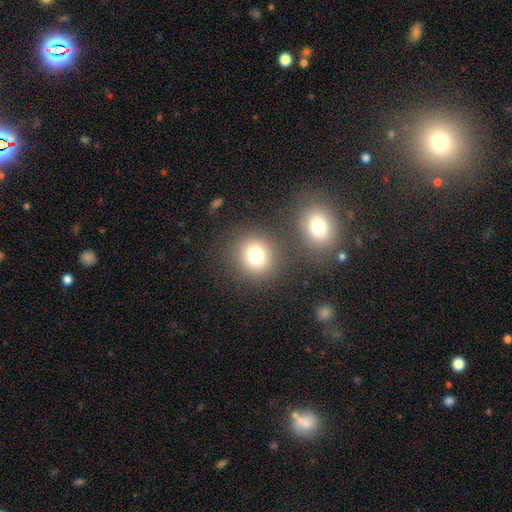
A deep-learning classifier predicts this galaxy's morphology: smooth 75%, star or artifact 15%, featured or disk 10%. Down the decision tree: how rounded — round (87%); merging — none (77%).